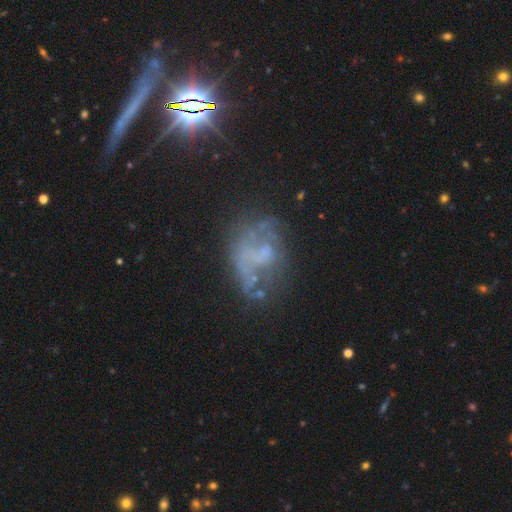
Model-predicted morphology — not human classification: Smooth or featured? Predicted: featured or disk (p=0.56). Edge-on disk? Predicted: no (p=0.97). Bar? Predicted: no (p=0.84). Spiral arms? Predicted: no (p=0.79). Bulge size? Predicted: none (p=0.71). Merging? Predicted: none (p=0.40).